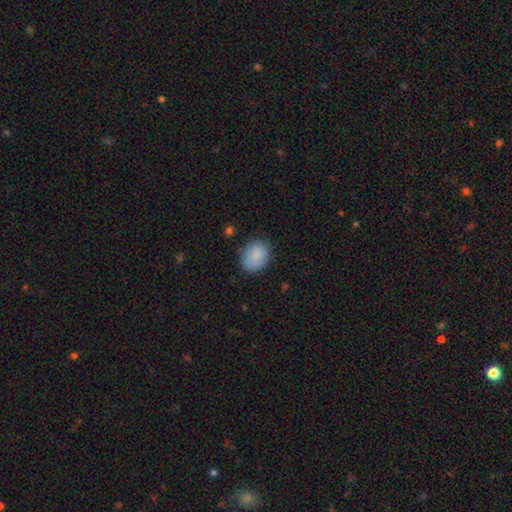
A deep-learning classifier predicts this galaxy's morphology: smooth_or_featured: smooth (p=0.86) [alt: star or artifact p=0.07]
how_rounded: in between (p=0.54) [alt: round p=0.46]
merging: none (p=0.77) [alt: minor disturbance p=0.17]